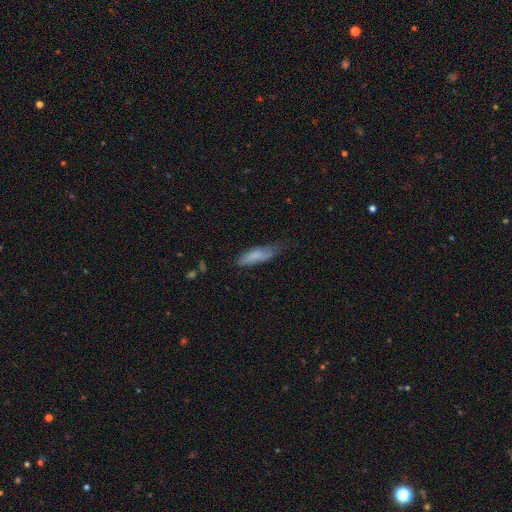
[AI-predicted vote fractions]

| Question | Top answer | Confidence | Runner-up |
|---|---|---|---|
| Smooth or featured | smooth | 79% | featured or disk (14%) |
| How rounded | cigar-shaped | 54% | in between (45%) |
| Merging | none | 46% | minor disturbance (38%) |